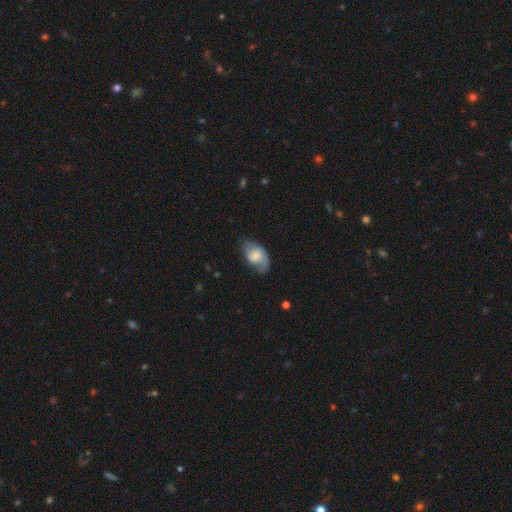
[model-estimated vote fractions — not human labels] Q: Smooth or featured?
A: smooth (59%); runner-up: featured or disk (34%)
Q: How rounded?
A: in between (90%); runner-up: round (8%)
Q: Merging?
A: none (53%); runner-up: minor disturbance (31%)